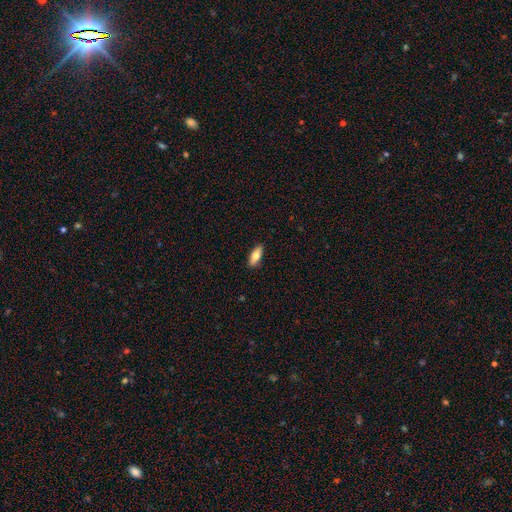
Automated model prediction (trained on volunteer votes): Morphology: type=smooth (73%); roundness=in between (76%); merging=none (88%).